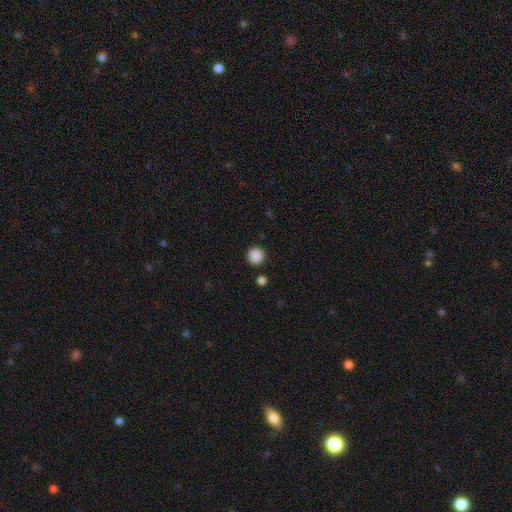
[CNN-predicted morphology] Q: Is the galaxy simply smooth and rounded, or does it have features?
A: smooth — 88%.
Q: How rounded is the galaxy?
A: round — 95%.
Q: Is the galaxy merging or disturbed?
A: none — 90%.